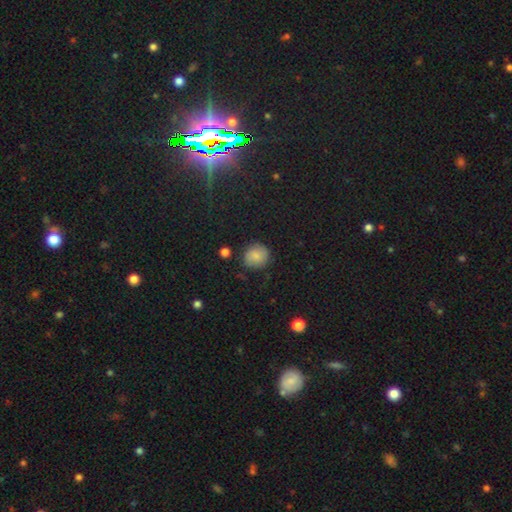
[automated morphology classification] Smooth or featured?
  - smooth: 80% *
  - featured or disk: 10%
  - star or artifact: 10%
How rounded?
  - round: 85% *
  - in between: 14%
  - cigar-shaped: 1%
Merging?
  - none: 80% *
  - minor disturbance: 14%
  - major disturbance: 4%
  - merger: 2%